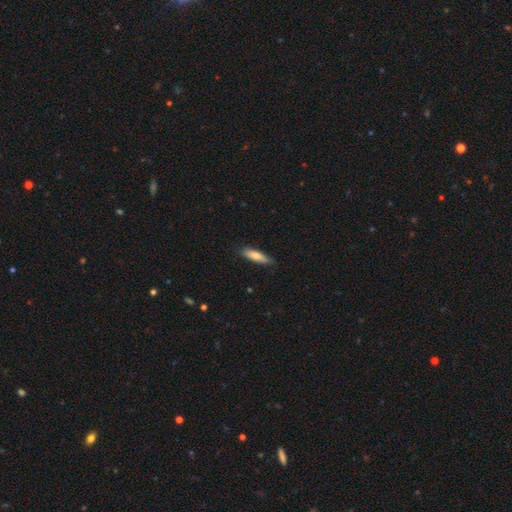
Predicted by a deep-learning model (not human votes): smooth_or_featured: smooth (p=0.77) [alt: featured or disk p=0.17]
how_rounded: cigar-shaped (p=0.67) [alt: in between p=0.32]
merging: none (p=0.79) [alt: minor disturbance p=0.17]